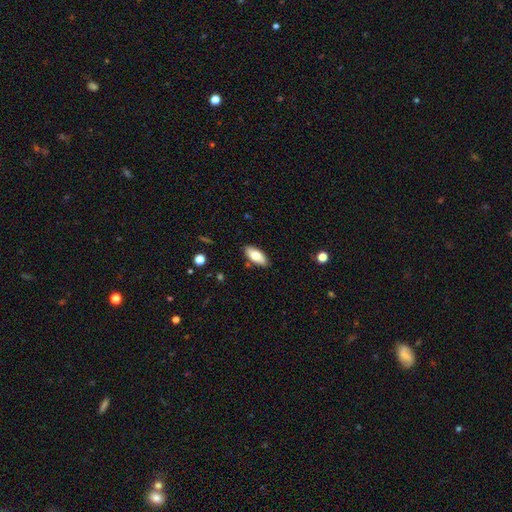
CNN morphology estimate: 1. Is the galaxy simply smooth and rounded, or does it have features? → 74% smooth, 20% featured or disk, 6% star or artifact.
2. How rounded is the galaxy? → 86% in between, 12% cigar-shaped, 2% round.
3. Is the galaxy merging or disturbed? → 87% none, 9% minor disturbance, 2% major disturbance, 2% merger.